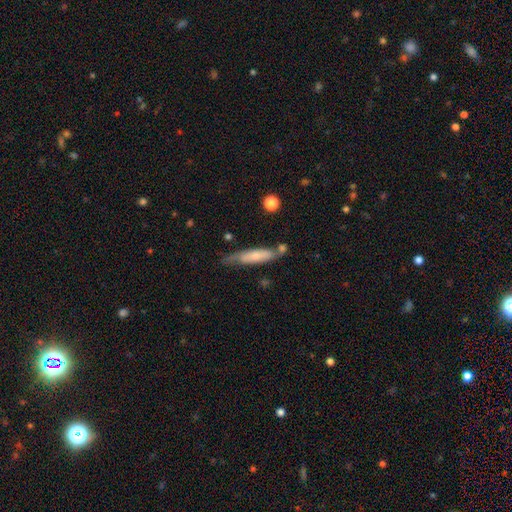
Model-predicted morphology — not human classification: This appears to be a smooth galaxy with no disk features (60%) that is cigar-shaped (79%). Merging: none (55%).